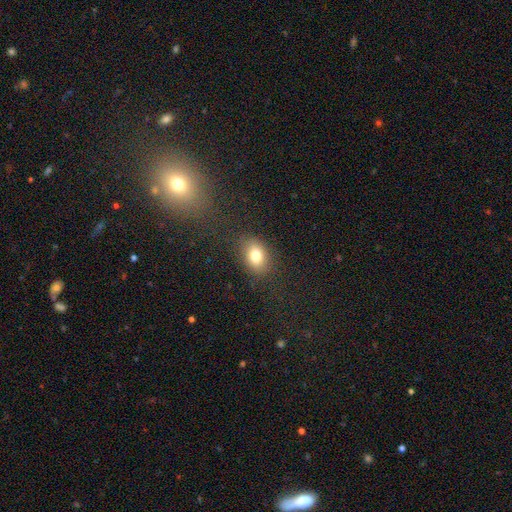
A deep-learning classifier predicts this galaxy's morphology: This appears to be a smooth galaxy with no disk features (79%) that is in between round and cigar-shaped (79%). Merging: none (82%).